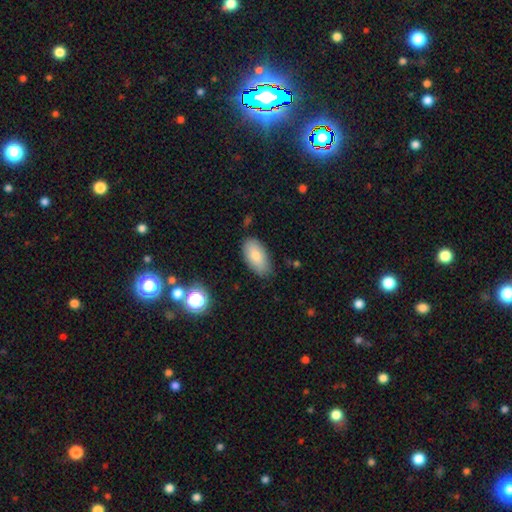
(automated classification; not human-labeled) Smooth or featured?
  - smooth: 78% *
  - featured or disk: 14%
  - star or artifact: 8%
How rounded?
  - in between: 93% *
  - cigar-shaped: 4%
  - round: 3%
Merging?
  - none: 80% *
  - minor disturbance: 15%
  - major disturbance: 3%
  - merger: 2%